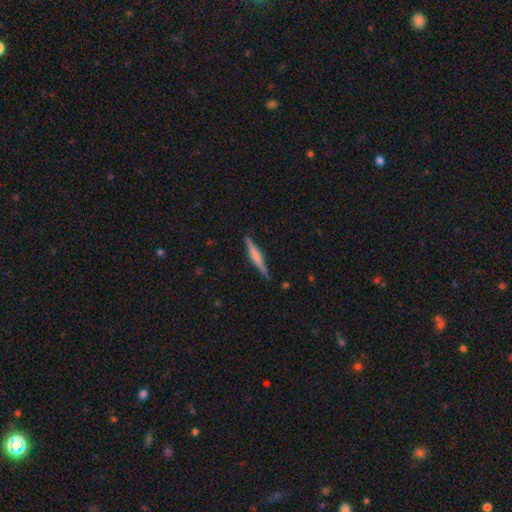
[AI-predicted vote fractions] Smooth or featured? featured or disk (61%)
Edge-on disk? yes (98%)
Edge-on bulge? rounded (52%)
Merging? none (89%)